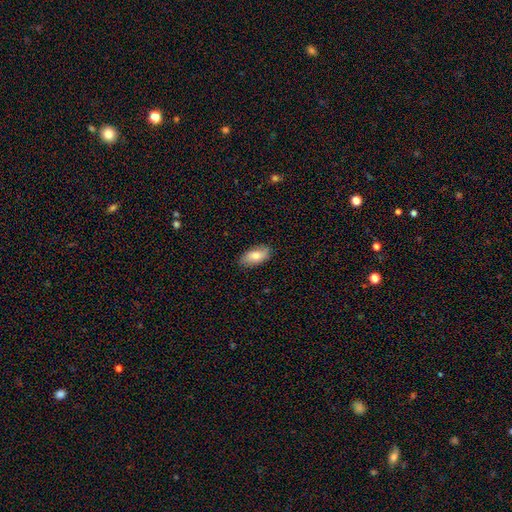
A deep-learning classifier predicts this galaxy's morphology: This appears to be a smooth galaxy with no disk features (77%) that is in between round and cigar-shaped (91%). Merging: none (85%).